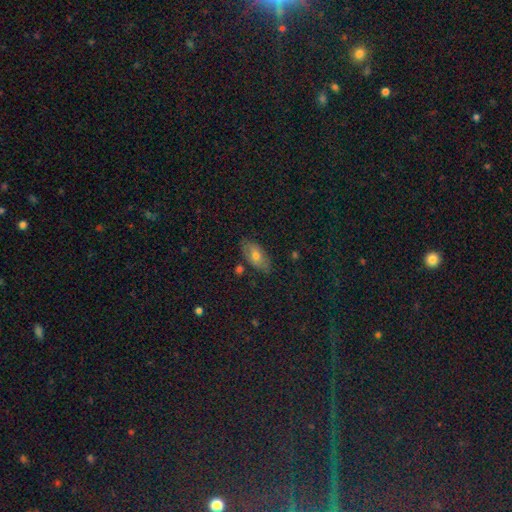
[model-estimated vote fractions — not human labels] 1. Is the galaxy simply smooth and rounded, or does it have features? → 64% smooth, 25% featured or disk, 11% star or artifact.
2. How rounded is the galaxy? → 91% in between, 5% cigar-shaped, 4% round.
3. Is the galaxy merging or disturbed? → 80% none, 15% minor disturbance, 3% major disturbance, 2% merger.